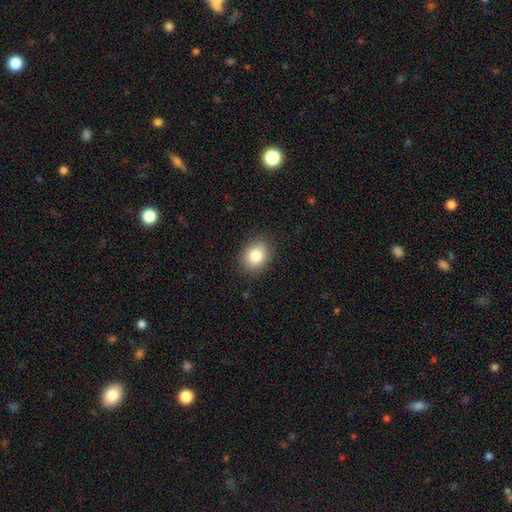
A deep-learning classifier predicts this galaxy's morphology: Smooth or featured? smooth (83%)
How rounded? in between (52%)
Merging? none (87%)